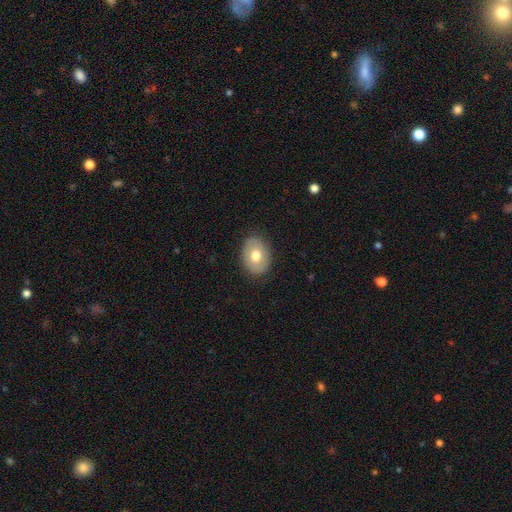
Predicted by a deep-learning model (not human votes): smooth 69%, featured or disk 23%, star or artifact 7%. Down the decision tree: how rounded — in between (67%); merging — none (86%).